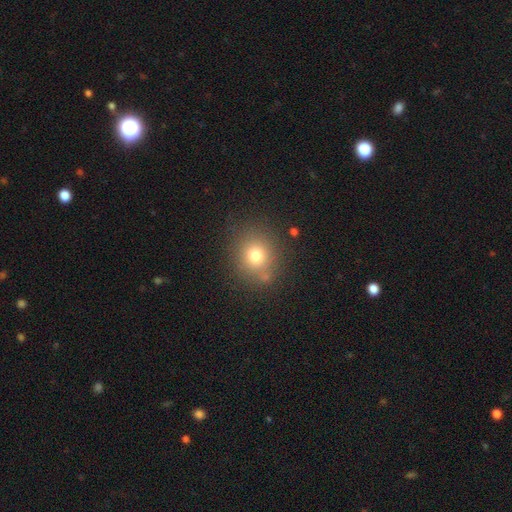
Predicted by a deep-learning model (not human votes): The model was most divided on "smooth or featured": smooth: 74%, star or artifact: 15%, featured or disk: 11%. More confident: how rounded — round (83%); merging — none (81%).